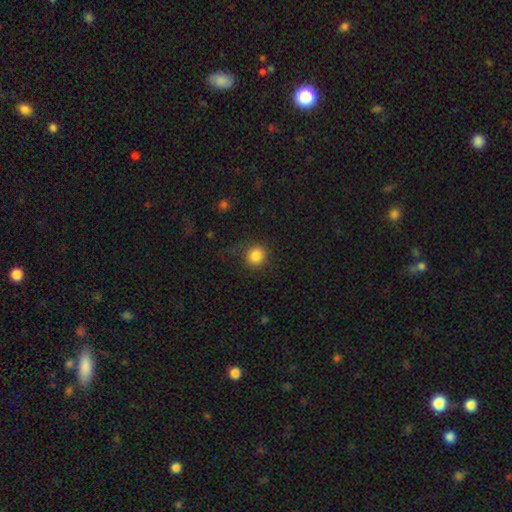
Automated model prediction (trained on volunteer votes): A smooth galaxy with no disk features (85%) that is round (89%).

Vote fractions:
- Smooth or featured? smooth: 85% / star or artifact: 10% / featured or disk: 4%
- How rounded? round: 89% / in between: 10% / cigar-shaped: 1%
- Merging? none: 77% / minor disturbance: 14% / major disturbance: 8% / merger: 2%